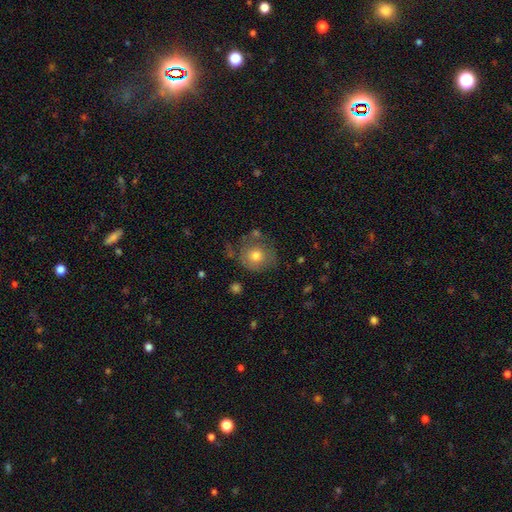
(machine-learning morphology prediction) This is likely a smooth galaxy (70%). How rounded: clearly round (85%). Merging: likely none (62%).